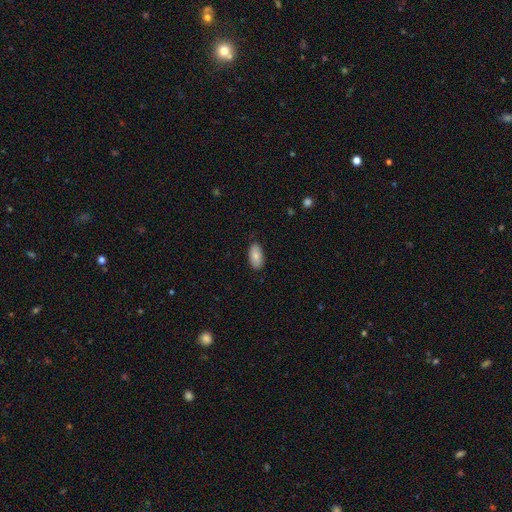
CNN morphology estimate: Smooth or featured: smooth — 80% (featured or disk — 13%)
How rounded: in between — 94% (cigar-shaped — 3%)
Merging: none — 85% (minor disturbance — 12%)